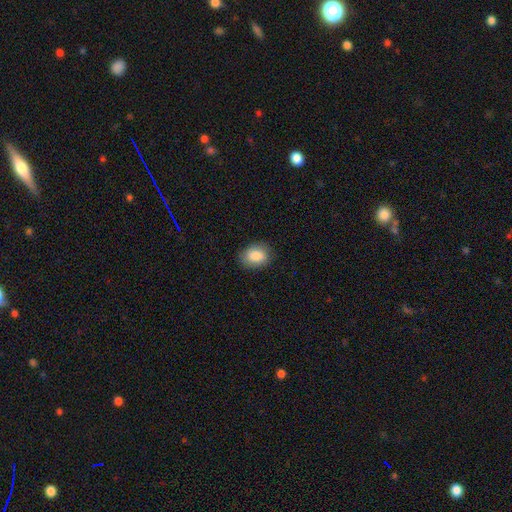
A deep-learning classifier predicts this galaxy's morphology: The model was most divided on "how rounded": in between: 68%, round: 31%, cigar-shaped: 1%. More confident: smooth or featured — smooth (87%); merging — none (84%).